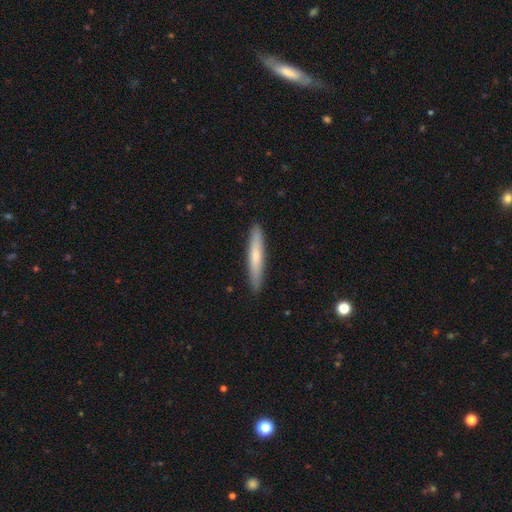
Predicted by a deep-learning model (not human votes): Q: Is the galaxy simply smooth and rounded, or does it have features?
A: smooth — 64%.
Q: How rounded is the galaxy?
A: cigar-shaped — 94%.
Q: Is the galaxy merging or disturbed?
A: none — 90%.